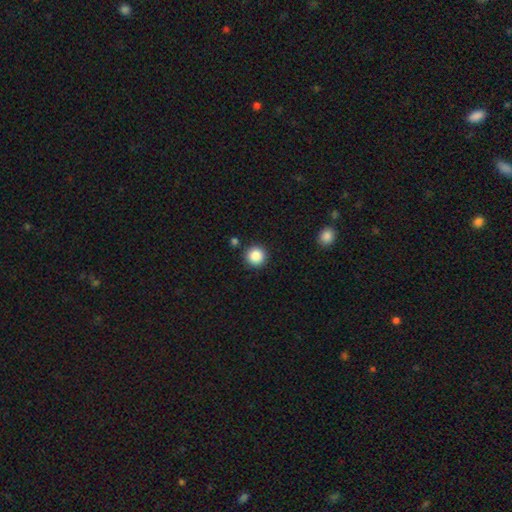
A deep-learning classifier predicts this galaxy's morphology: type=smooth (87%); roundness=round (95%); merging=none (89%).